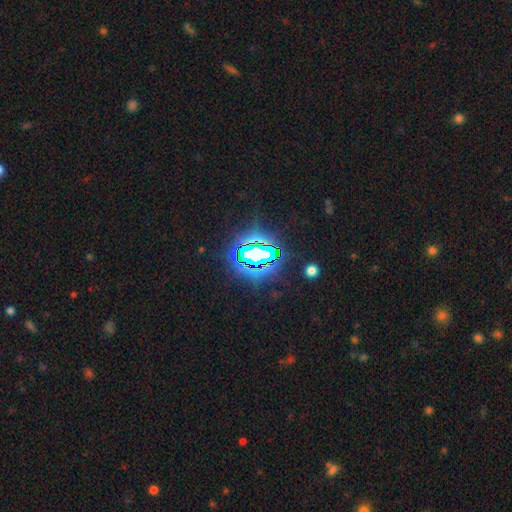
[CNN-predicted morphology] type=star or artifact (75%).